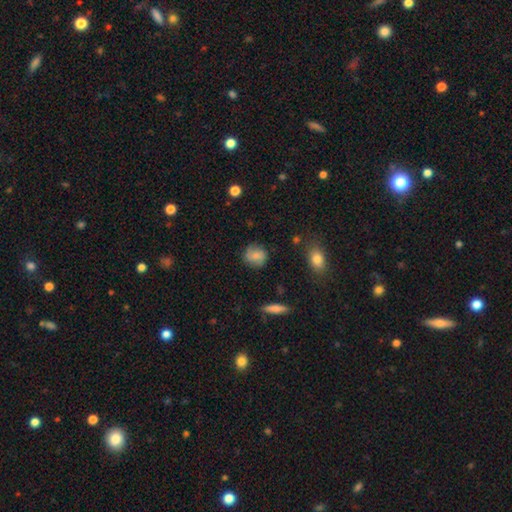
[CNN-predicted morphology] Smooth or featured: smooth — 71% (featured or disk — 20%)
How rounded: round — 75% (in between — 23%)
Merging: none — 78% (minor disturbance — 16%)